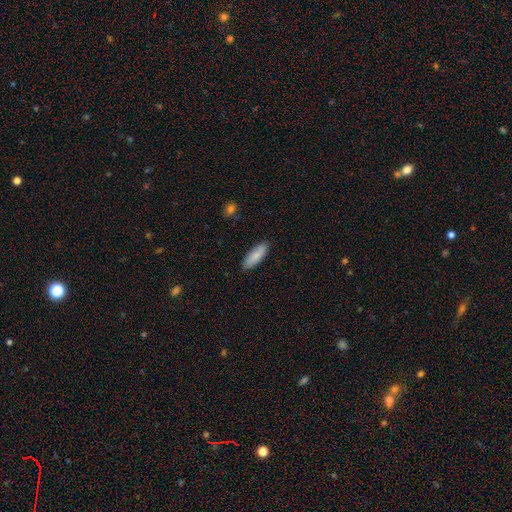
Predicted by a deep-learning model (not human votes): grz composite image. It shows a smooth galaxy with no disk features (84%) that is in between round and cigar-shaped (57%). Merging: none (87%).